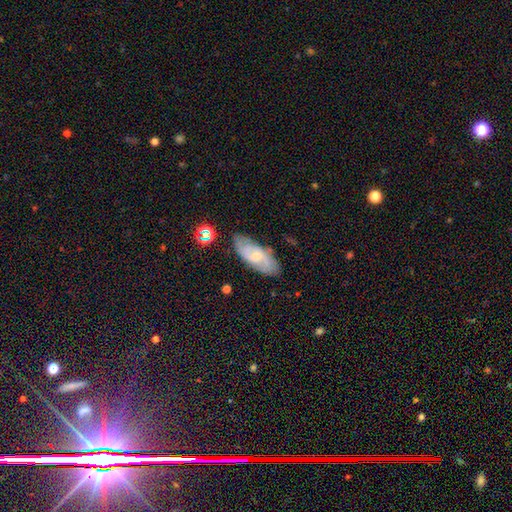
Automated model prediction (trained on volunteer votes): Smooth or featured? featured or disk (72%)
Edge-on disk? no (91%)
Bar? no (55%)
Spiral arms? yes (91%)
Spiral winding? tight (44%)
Spiral arm count? 2 (57%)
Bulge size? small (67%)
Merging? none (75%)